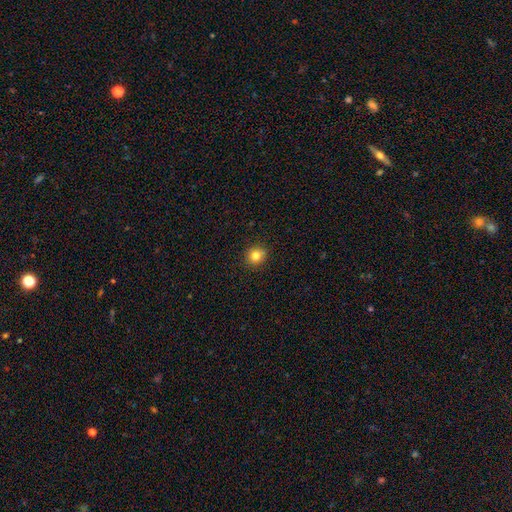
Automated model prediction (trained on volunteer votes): smooth-or-featured: smooth: 82% | star or artifact: 12% | featured or disk: 6%
  how-rounded: round: 85% | in between: 15% | cigar-shaped: 1%
  merging: none: 91% | minor disturbance: 7% | major disturbance: 2% | merger: 1%